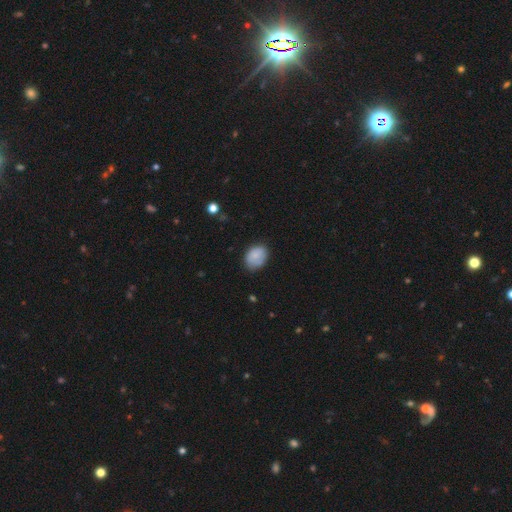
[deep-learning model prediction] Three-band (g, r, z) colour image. It shows a smooth galaxy with no disk features (85%) that is in between round and cigar-shaped (72%). Merging: none (73%).